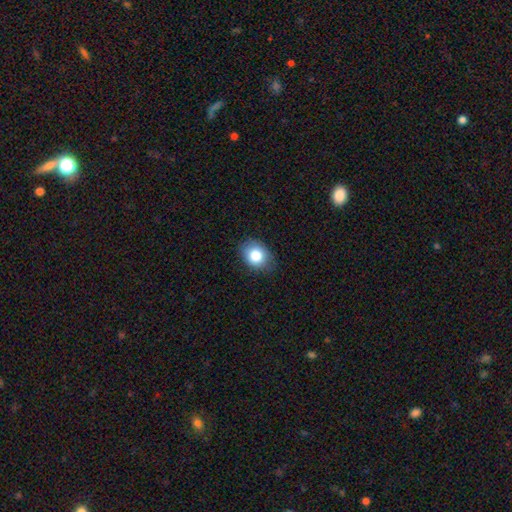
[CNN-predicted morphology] smooth 82%, featured or disk 10%, star or artifact 9%. Down the decision tree: how rounded — in between (61%); merging — none (80%).